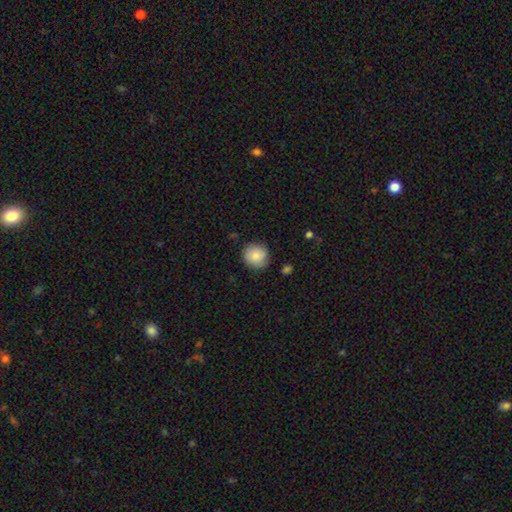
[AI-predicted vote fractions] Overall: smooth (84%). How rounded: round (90%). Merging: none (84%).